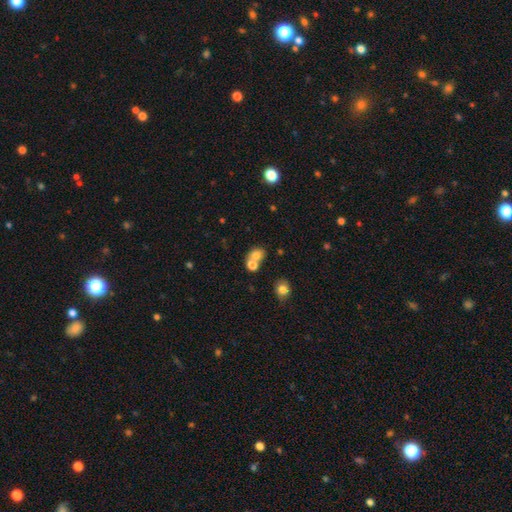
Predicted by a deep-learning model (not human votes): A smooth galaxy with no disk features (75%) that is round (60%).

Vote fractions:
- Smooth or featured? smooth: 75% / star or artifact: 13% / featured or disk: 12%
- How rounded? round: 60% / in between: 39% / cigar-shaped: 1%
- Merging? merger: 50% / none: 39% / minor disturbance: 8% / major disturbance: 4%